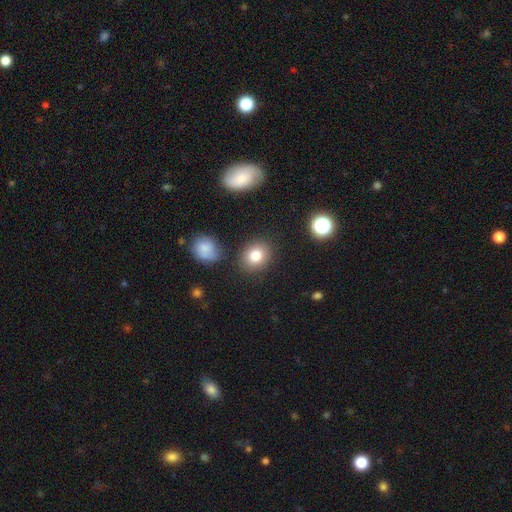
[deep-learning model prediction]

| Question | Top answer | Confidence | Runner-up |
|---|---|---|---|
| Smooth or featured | smooth | 82% | star or artifact (10%) |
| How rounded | round | 62% | in between (37%) |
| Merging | none | 83% | minor disturbance (10%) |